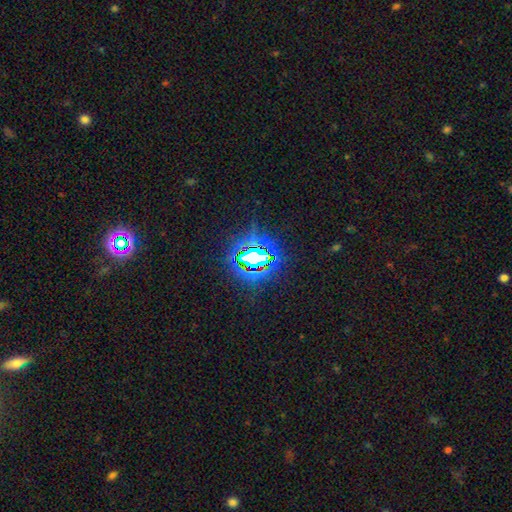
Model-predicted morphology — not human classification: type=star or artifact (79%).